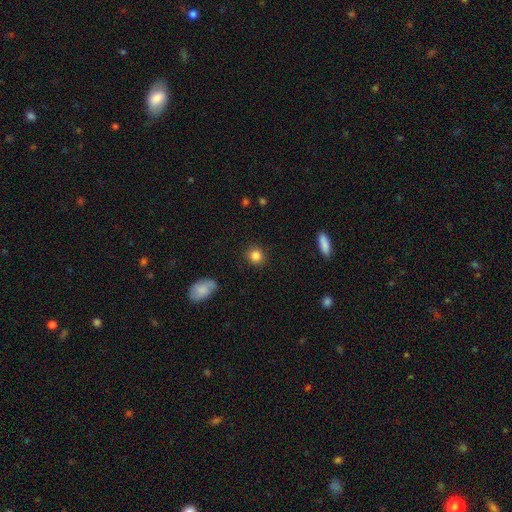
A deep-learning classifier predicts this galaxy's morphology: Smooth or featured: smooth — 85% (star or artifact — 10%)
How rounded: round — 88% (in between — 11%)
Merging: none — 89% (minor disturbance — 8%)